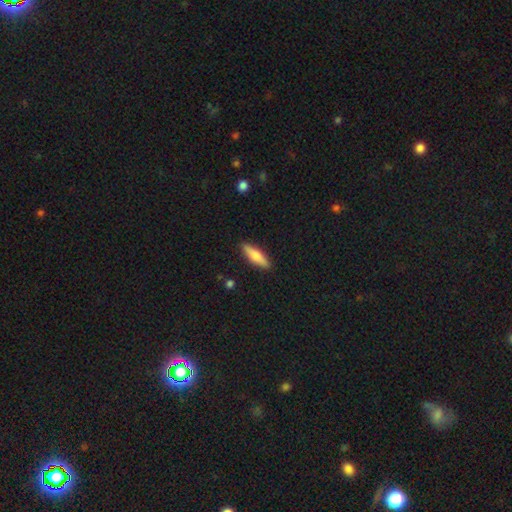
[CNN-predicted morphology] smooth 72%, featured or disk 23%, star or artifact 6%. Down the decision tree: how rounded — cigar-shaped (66%); merging — none (89%).